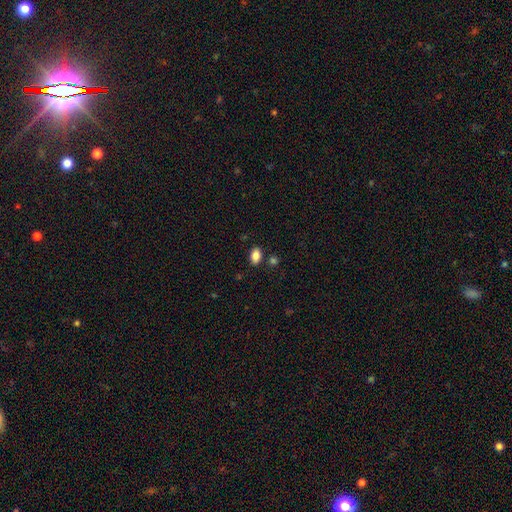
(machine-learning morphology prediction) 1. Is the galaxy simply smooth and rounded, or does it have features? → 86% smooth, 9% star or artifact, 5% featured or disk.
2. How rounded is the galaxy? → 87% in between, 12% round, 2% cigar-shaped.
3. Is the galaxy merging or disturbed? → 83% none, 10% minor disturbance, 5% merger, 2% major disturbance.